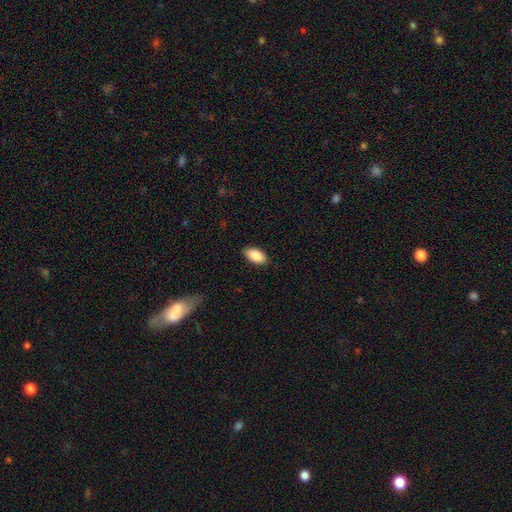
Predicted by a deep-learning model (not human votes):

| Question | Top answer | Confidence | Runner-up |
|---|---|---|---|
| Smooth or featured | smooth | 88% | star or artifact (6%) |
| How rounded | in between | 94% | round (3%) |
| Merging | none | 87% | minor disturbance (10%) |